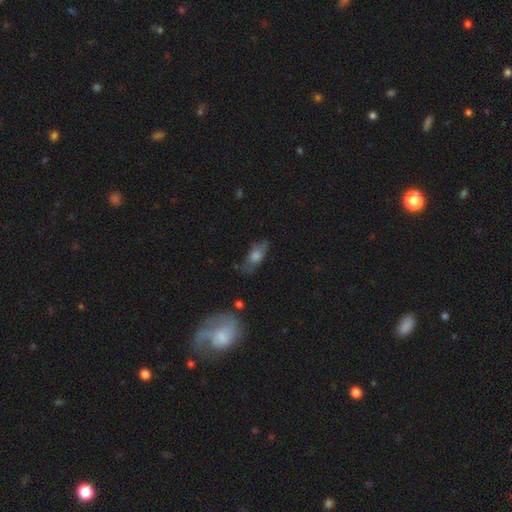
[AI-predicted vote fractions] smooth 53%, featured or disk 36%, star or artifact 11%. Down the decision tree: how rounded — in between (72%); merging — none (59%).